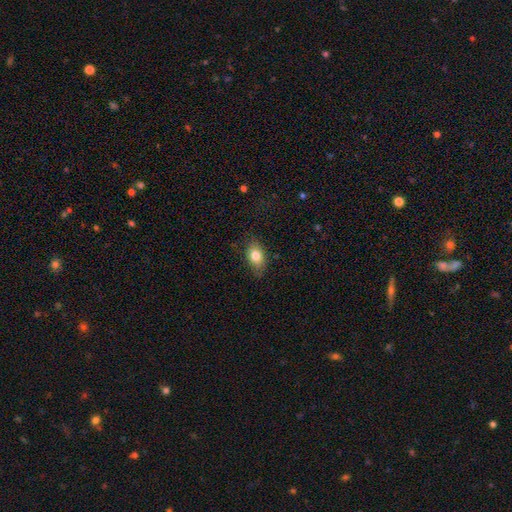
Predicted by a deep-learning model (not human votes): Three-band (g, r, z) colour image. It shows a smooth galaxy with no disk features (79%) that is in between round and cigar-shaped (83%). Merging: none (77%).